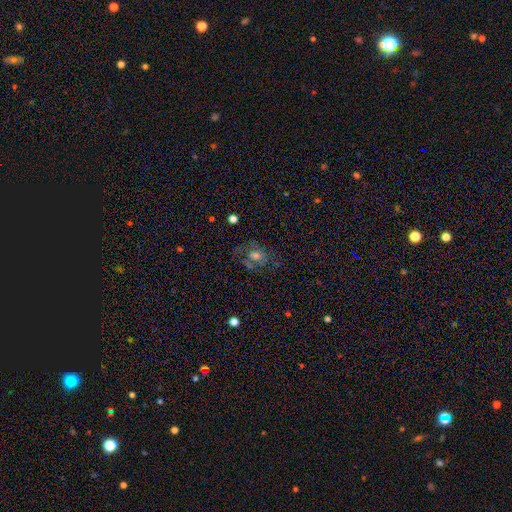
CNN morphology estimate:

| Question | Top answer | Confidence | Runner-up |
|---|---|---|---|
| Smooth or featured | featured or disk | 52% | smooth (29%) |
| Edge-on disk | no | 96% | yes (4%) |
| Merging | none | 59% | minor disturbance (19%) |